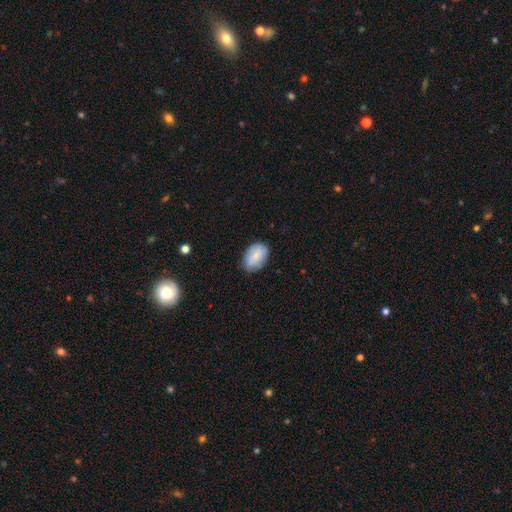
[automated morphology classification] Q: Smooth or featured?
A: smooth (81%); runner-up: featured or disk (12%)
Q: How rounded?
A: in between (87%); runner-up: round (12%)
Q: Merging?
A: none (74%); runner-up: minor disturbance (21%)